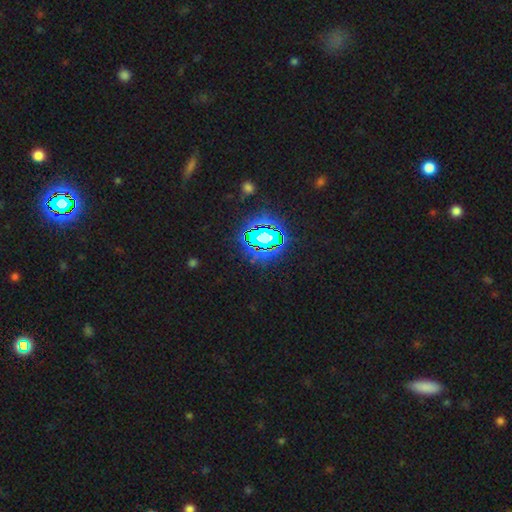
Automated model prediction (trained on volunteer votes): smooth-or-featured: star or artifact: 80% | smooth: 13% | featured or disk: 7%